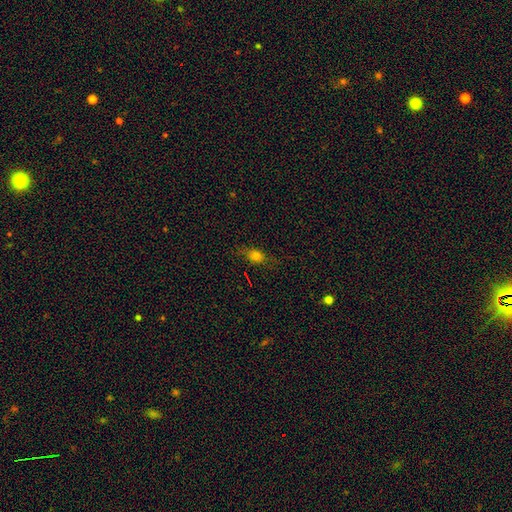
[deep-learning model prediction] A smooth galaxy with no disk features (69%) that is in between round and cigar-shaped (66%).

Vote fractions:
- Smooth or featured? smooth: 69% / star or artifact: 17% / featured or disk: 14%
- How rounded? in between: 66% / round: 24% / cigar-shaped: 10%
- Merging? none: 73% / minor disturbance: 19% / major disturbance: 6% / merger: 1%